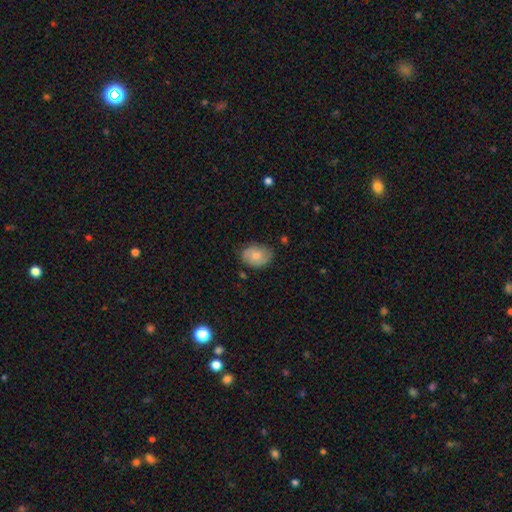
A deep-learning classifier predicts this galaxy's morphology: Smooth or featured? Predicted: smooth (p=0.56). How rounded? Predicted: in between (p=0.67). Merging? Predicted: none (p=0.70).